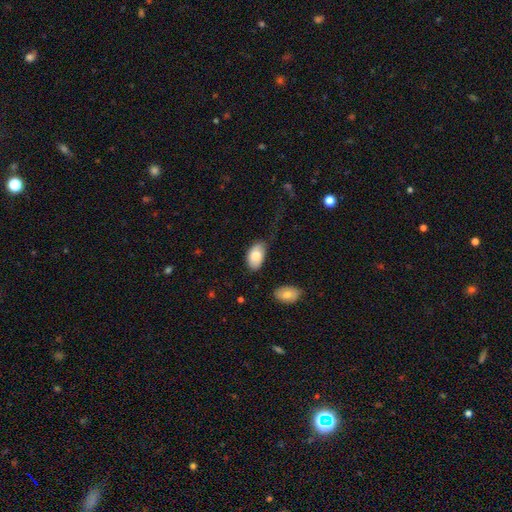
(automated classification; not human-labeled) A smooth galaxy with no disk features (80%) that is in between round and cigar-shaped (94%). Merging: none (63%).